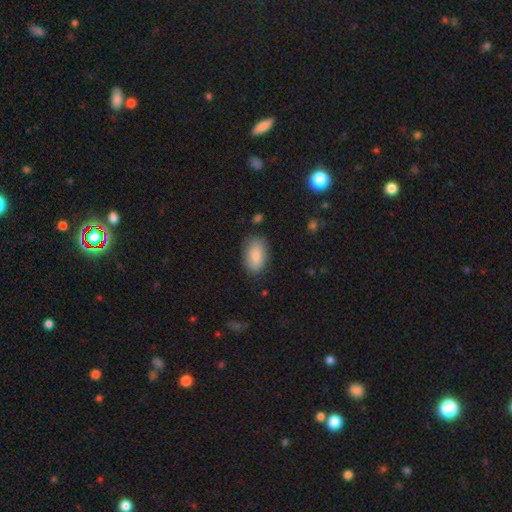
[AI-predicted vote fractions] Overall: smooth (85%). How rounded: in between (92%). Merging: none (80%).